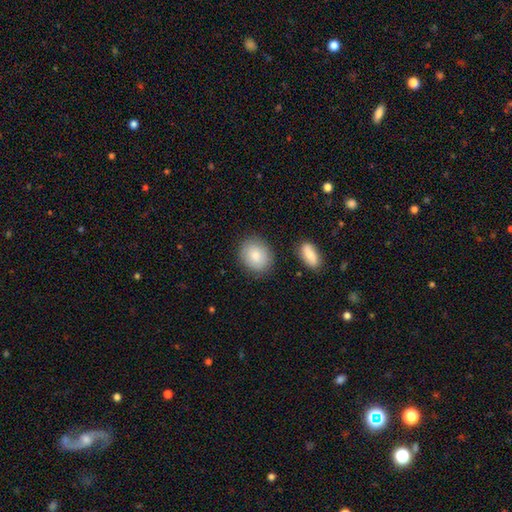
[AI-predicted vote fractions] The model was most divided on "how rounded": round: 57%, in between: 42%, cigar-shaped: 1%. More confident: smooth or featured — smooth (84%); merging — none (83%).